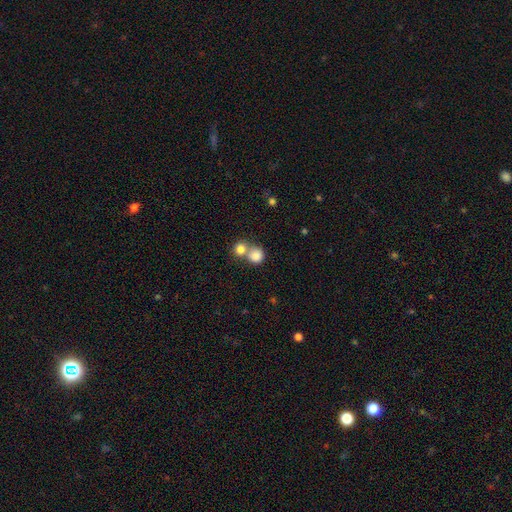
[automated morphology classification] type=smooth (83%); roundness=round (85%); merging=merger (52%).